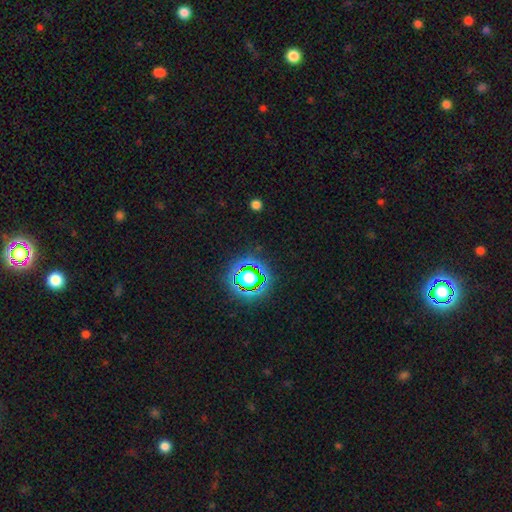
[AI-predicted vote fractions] smooth_or_featured: star or artifact (p=0.79) [alt: smooth p=0.14]